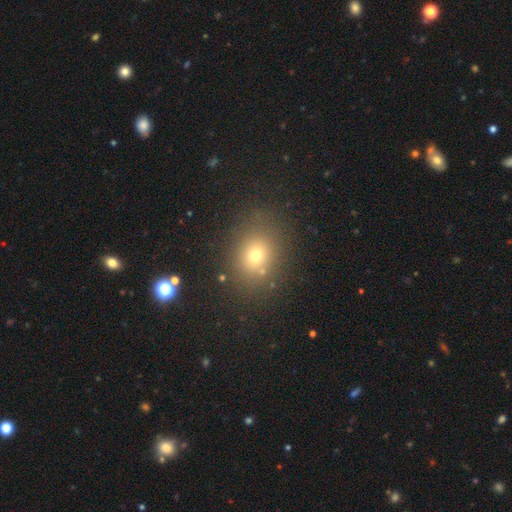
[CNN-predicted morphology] Smooth or featured? smooth (67%)
How rounded? round (63%)
Merging? none (80%)